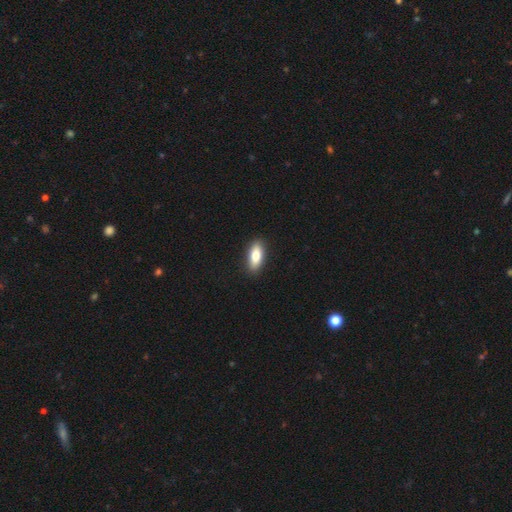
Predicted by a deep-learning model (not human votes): Overall: smooth (78%). How rounded: in between (80%). Merging: none (90%).